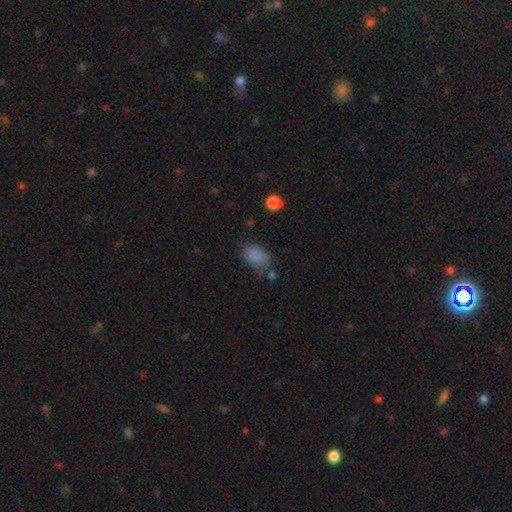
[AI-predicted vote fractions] Q: Smooth or featured?
A: smooth (85%); runner-up: star or artifact (10%)
Q: How rounded?
A: in between (86%); runner-up: round (12%)
Q: Merging?
A: none (65%); runner-up: minor disturbance (22%)